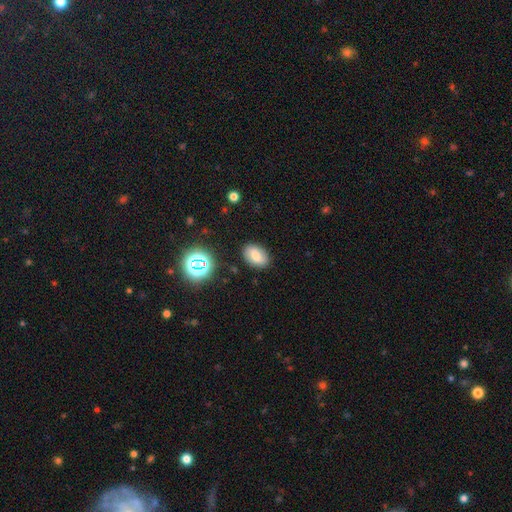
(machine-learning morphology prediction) Smooth or featured? Predicted: smooth (p=0.70). How rounded? Predicted: in between (p=0.84). Merging? Predicted: none (p=0.85).